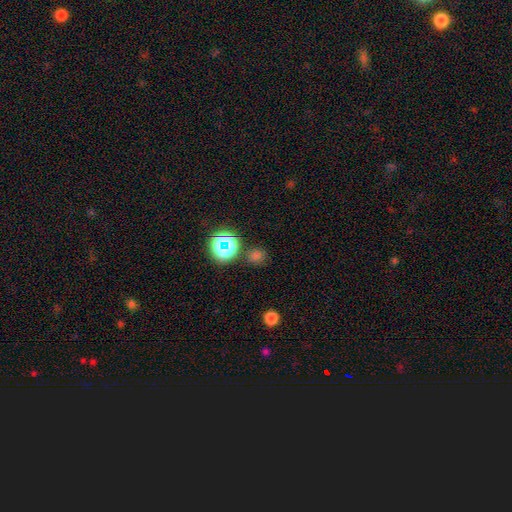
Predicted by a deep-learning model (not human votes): Morphology: type=smooth (54%); roundness=round (86%); merging=none (81%).